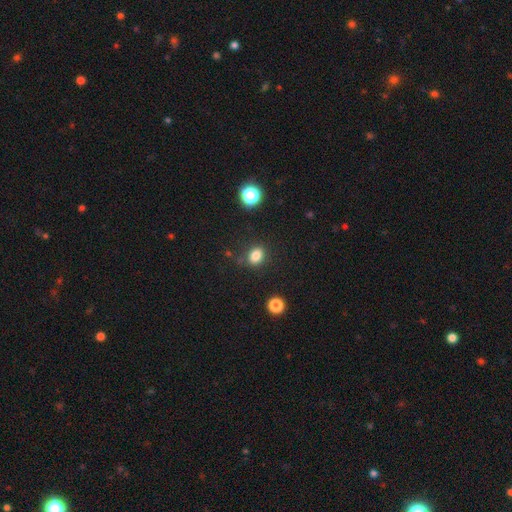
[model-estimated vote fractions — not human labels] A smooth galaxy with no disk features (83%) that is in between round and cigar-shaped (61%).

Vote fractions:
- Smooth or featured? smooth: 83% / star or artifact: 12% / featured or disk: 5%
- How rounded? in between: 61% / round: 38% / cigar-shaped: 1%
- Merging? none: 81% / minor disturbance: 12% / major disturbance: 4% / merger: 3%